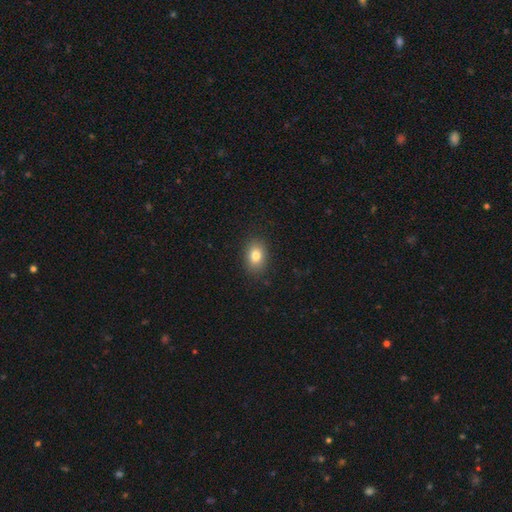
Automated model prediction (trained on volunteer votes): Smooth or featured? Predicted: smooth (p=0.80). How rounded? Predicted: in between (p=0.73). Merging? Predicted: none (p=0.88).